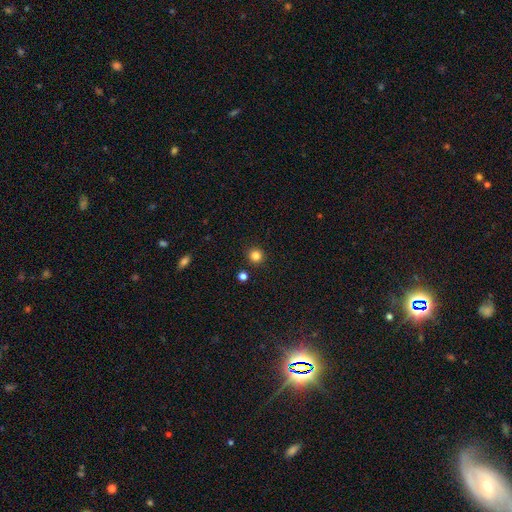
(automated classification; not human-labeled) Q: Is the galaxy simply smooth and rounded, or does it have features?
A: smooth — 83%.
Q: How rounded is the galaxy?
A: round — 95%.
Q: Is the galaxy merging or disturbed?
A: none — 91%.